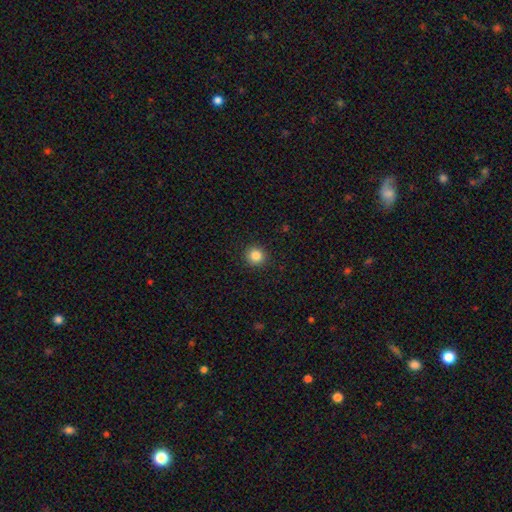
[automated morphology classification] Q: Smooth or featured?
A: smooth (84%); runner-up: star or artifact (11%)
Q: How rounded?
A: round (93%); runner-up: in between (7%)
Q: Merging?
A: none (92%); runner-up: minor disturbance (5%)